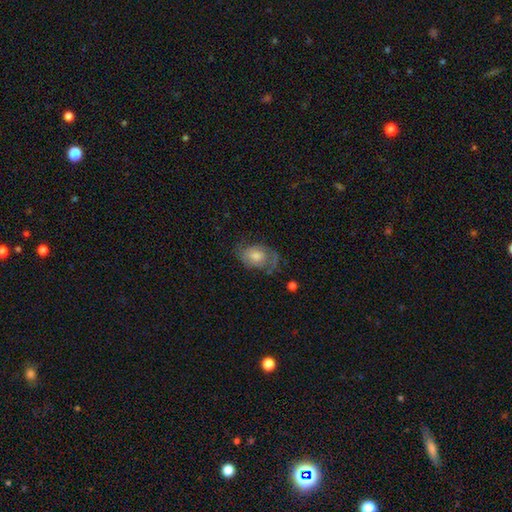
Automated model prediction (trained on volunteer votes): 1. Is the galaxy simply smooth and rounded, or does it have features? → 53% featured or disk, 39% smooth, 8% star or artifact.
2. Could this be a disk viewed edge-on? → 95% no, 5% yes.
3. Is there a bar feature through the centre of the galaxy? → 75% no, 21% weak, 3% strong.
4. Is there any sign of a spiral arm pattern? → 76% yes, 24% no.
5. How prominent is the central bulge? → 57% moderate, 19% small, 19% large, 3% none, 2% dominant.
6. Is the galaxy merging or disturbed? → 59% none, 25% minor disturbance, 15% major disturbance, 2% merger.